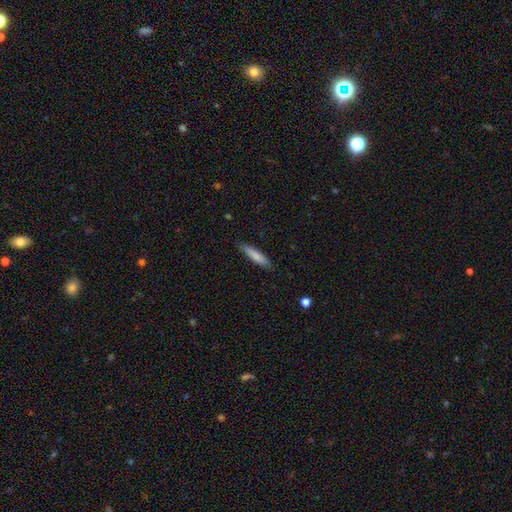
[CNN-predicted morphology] smooth-or-featured: smooth: 79% | featured or disk: 15% | star or artifact: 6%
  how-rounded: cigar-shaped: 83% | in between: 16% | round: 1%
  merging: none: 86% | minor disturbance: 11% | major disturbance: 2% | merger: 1%